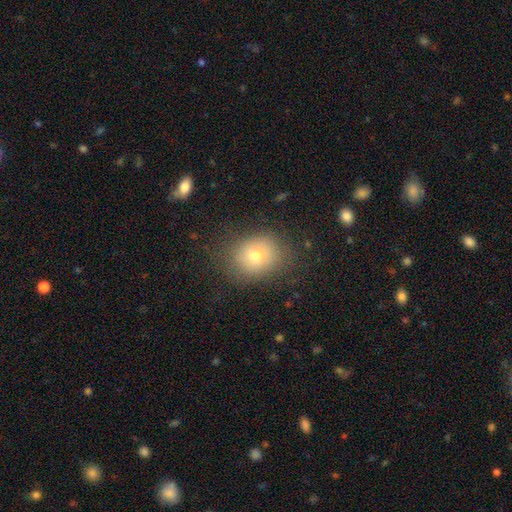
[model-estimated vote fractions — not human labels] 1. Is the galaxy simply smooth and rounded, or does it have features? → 72% smooth, 16% featured or disk, 12% star or artifact.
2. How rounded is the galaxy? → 54% round, 45% in between, 1% cigar-shaped.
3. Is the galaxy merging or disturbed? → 76% none, 16% minor disturbance, 6% major disturbance, 2% merger.